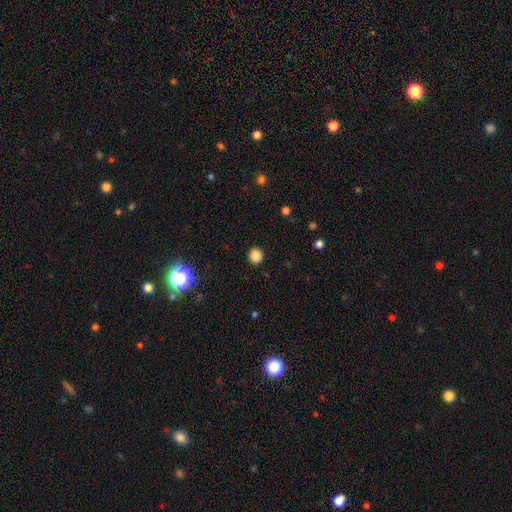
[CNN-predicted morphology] A smooth galaxy with no disk features (85%) that is round (86%). Merging: none (91%).